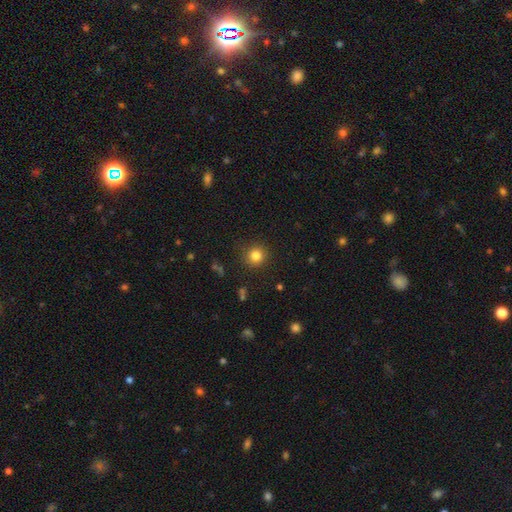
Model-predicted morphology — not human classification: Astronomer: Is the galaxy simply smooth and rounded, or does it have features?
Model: smooth — 82%.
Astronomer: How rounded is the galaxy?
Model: round — 93%.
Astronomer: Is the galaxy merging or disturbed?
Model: none — 89%.